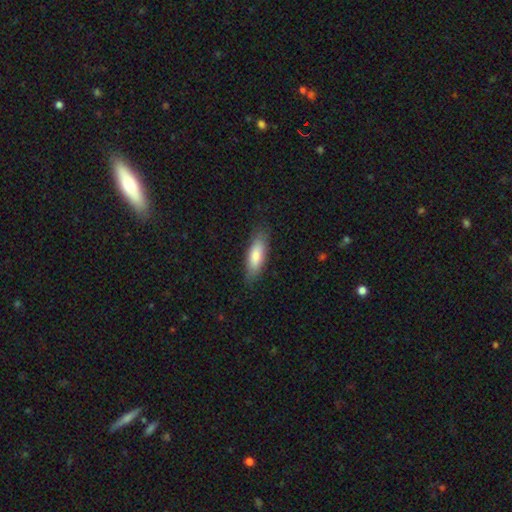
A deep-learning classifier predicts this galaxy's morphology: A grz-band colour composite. It shows a smooth galaxy with no disk features (79%) that is in between round and cigar-shaped (55%). Merging: none (83%).